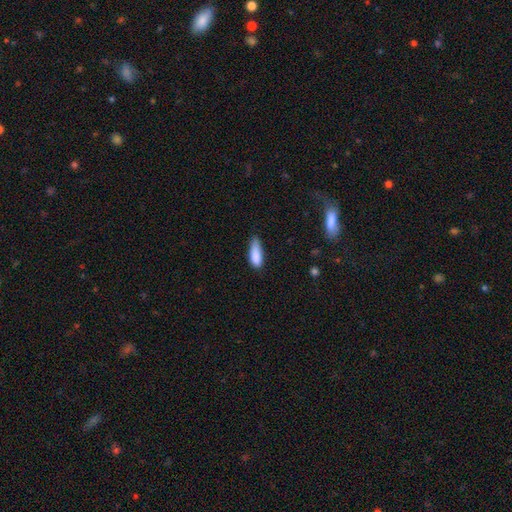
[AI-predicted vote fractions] A smooth galaxy with no disk features (86%) that is in between round and cigar-shaped (66%). Merging: none (50%).